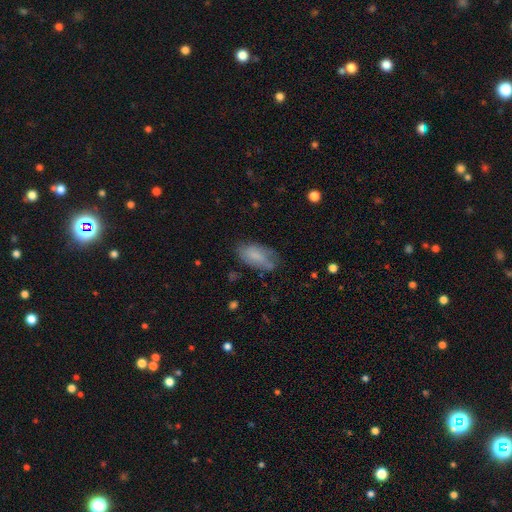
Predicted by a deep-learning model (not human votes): This appears to be a smooth galaxy with no disk features (72%) that is in between round and cigar-shaped (91%). Merging: none (58%).